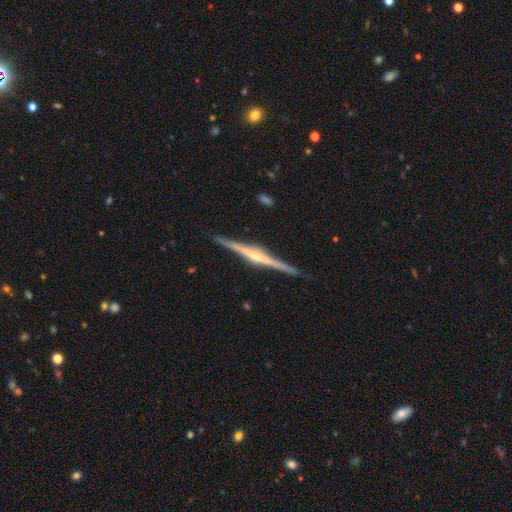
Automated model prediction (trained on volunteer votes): Morphology: type=featured or disk (87%); edge-on=yes (99%); edge-on bulge=rounded (74%); merging=none (91%).